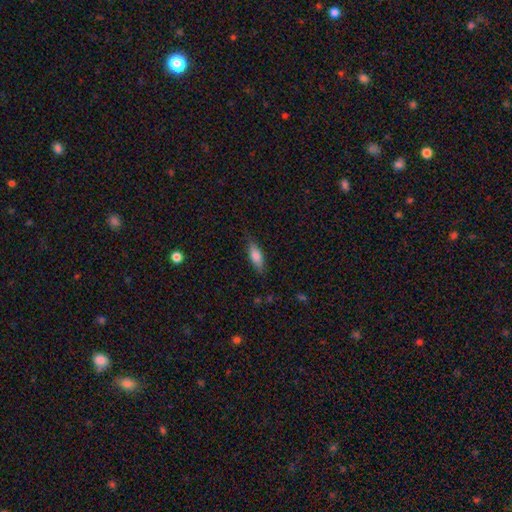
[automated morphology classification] The model was most divided on "how rounded": in between: 66%, cigar-shaped: 31%, round: 2%. More confident: merging — none (79%); smooth or featured — smooth (76%).